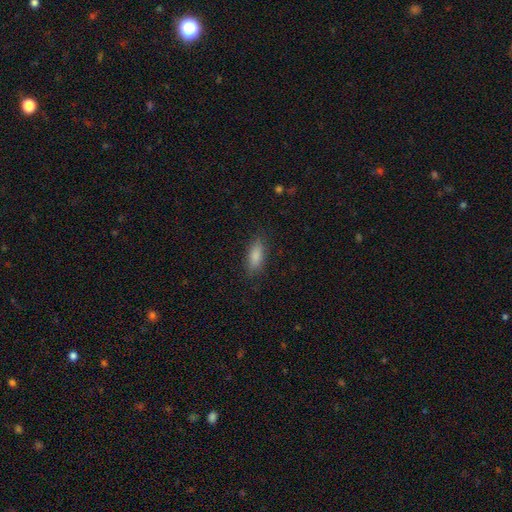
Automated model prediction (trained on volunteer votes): A smooth galaxy with no disk features (85%) that is in between round and cigar-shaped (74%). Merging: none (83%).